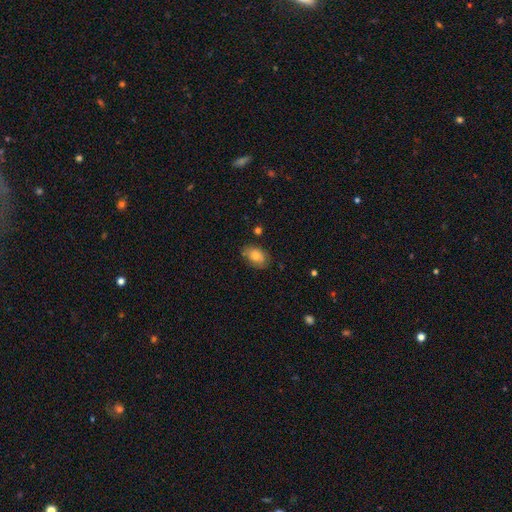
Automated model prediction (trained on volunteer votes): Morphology: type=smooth (76%); roundness=in between (86%); merging=none (72%).